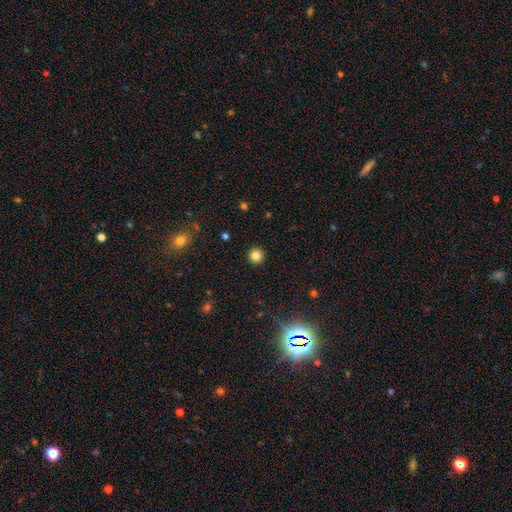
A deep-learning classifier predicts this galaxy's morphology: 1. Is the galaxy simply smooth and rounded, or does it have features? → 82% smooth, 13% star or artifact, 5% featured or disk.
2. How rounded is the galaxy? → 95% round, 4% in between, 1% cigar-shaped.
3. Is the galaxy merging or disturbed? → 93% none, 4% minor disturbance, 2% major disturbance, 1% merger.